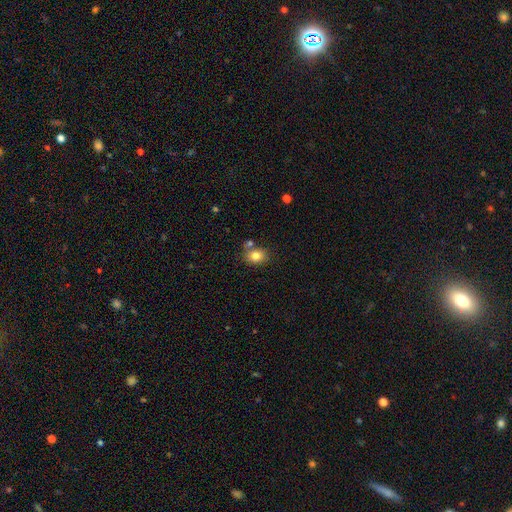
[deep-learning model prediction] This appears to be a smooth galaxy with no disk features (82%) that is in between round and cigar-shaped (60%). Merging: none (68%).